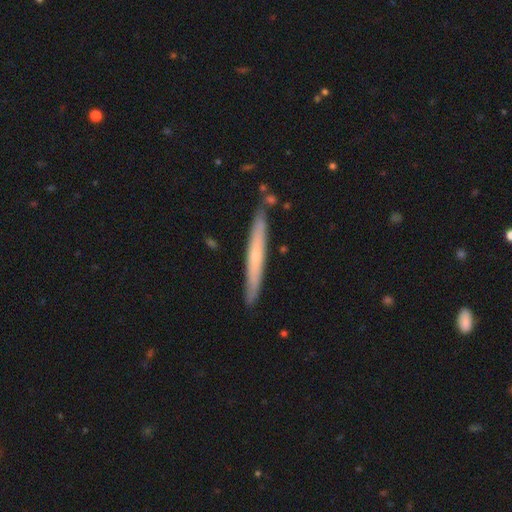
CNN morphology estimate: A featured or disk galaxy (51%) viewed edge-on (92%).

Vote fractions:
- Smooth or featured? featured or disk: 51% / smooth: 44% / star or artifact: 6%
- Edge-on disk? yes: 92% / no: 8%
- Merging? none: 86% / minor disturbance: 10% / merger: 3% / major disturbance: 2%